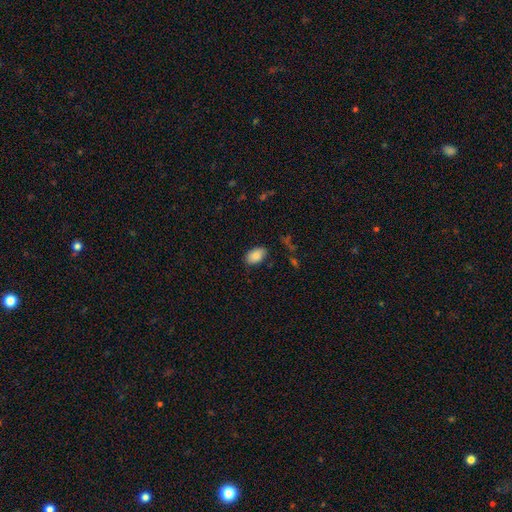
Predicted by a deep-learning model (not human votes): Morphology: type=smooth (85%); roundness=in between (91%); merging=none (82%).